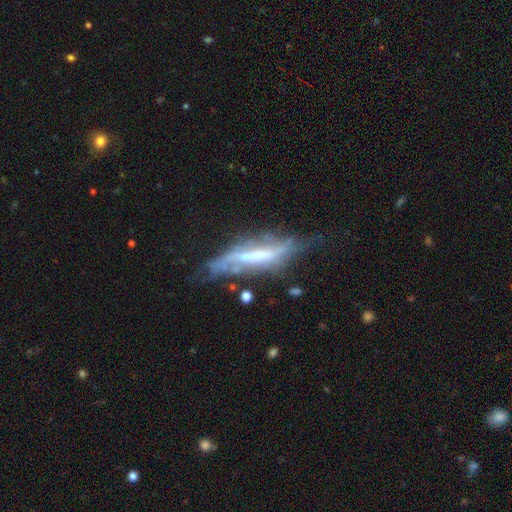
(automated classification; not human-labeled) Overall: featured or disk (70%). Edge-on disk: yes (60%; no 40%). Merging: none (47%; minor disturbance 29%).